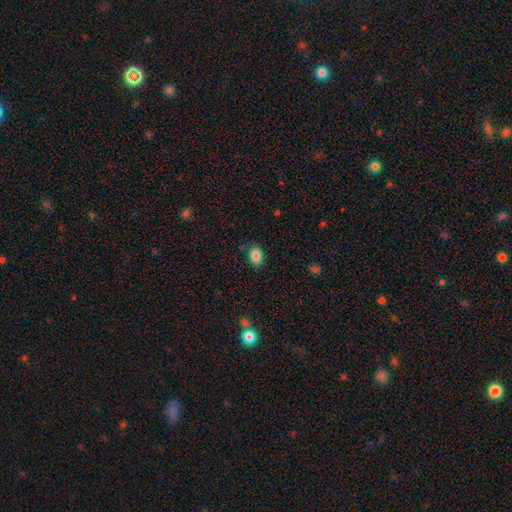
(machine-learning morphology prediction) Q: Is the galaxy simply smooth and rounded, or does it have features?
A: smooth — 86%.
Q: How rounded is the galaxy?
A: in between — 77%.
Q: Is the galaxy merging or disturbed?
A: none — 84%.